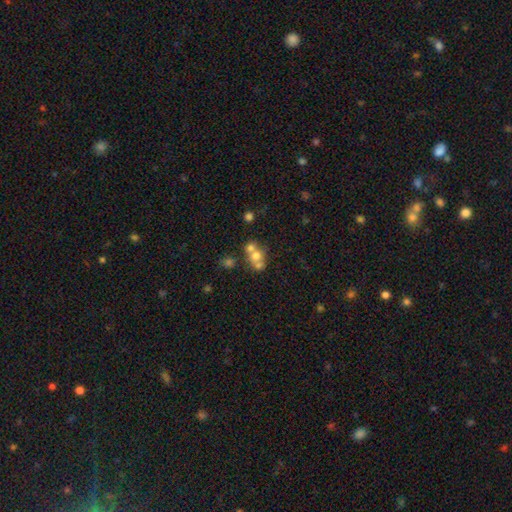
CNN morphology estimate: Q: Smooth or featured?
A: smooth (61%); runner-up: featured or disk (25%)
Q: How rounded?
A: round (70%); runner-up: in between (29%)
Q: Merging?
A: merger (57%); runner-up: none (31%)